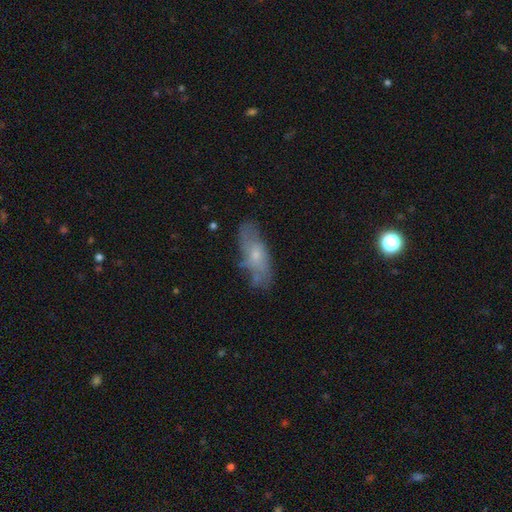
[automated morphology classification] This is possibly a smooth galaxy (47%). Merging: likely none (62%).